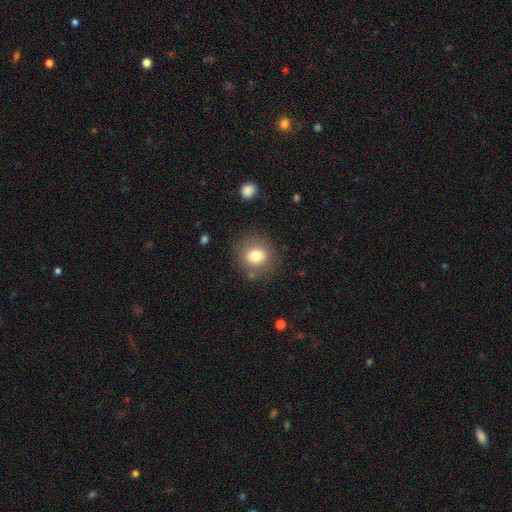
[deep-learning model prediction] This is likely a smooth galaxy (78%). How rounded: clearly round (82%). Merging: clearly none (81%).